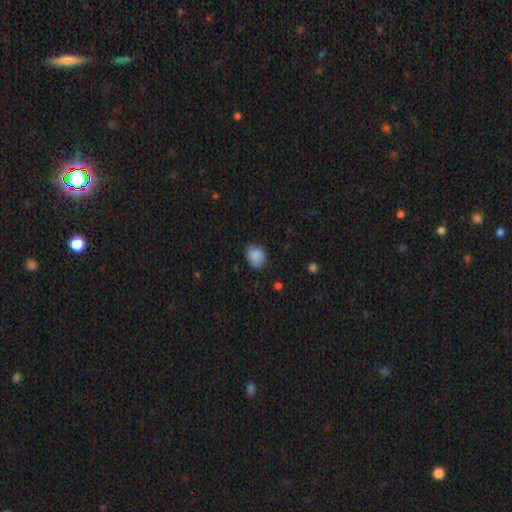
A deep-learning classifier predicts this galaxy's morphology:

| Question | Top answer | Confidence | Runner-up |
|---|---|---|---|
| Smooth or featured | smooth | 84% | star or artifact (8%) |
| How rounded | round | 62% | in between (37%) |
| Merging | none | 73% | minor disturbance (21%) |